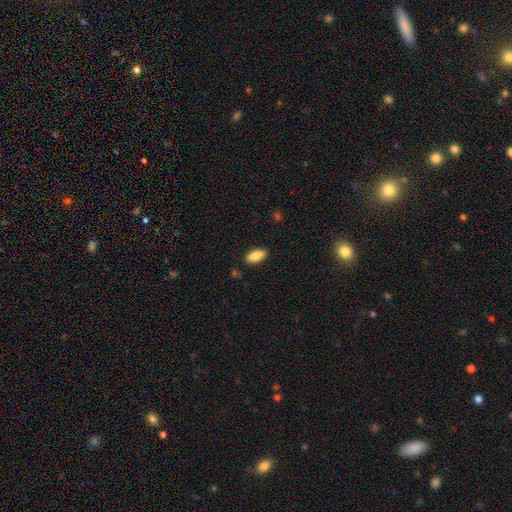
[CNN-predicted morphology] Smooth or featured? smooth (84%)
How rounded? in between (85%)
Merging? none (88%)